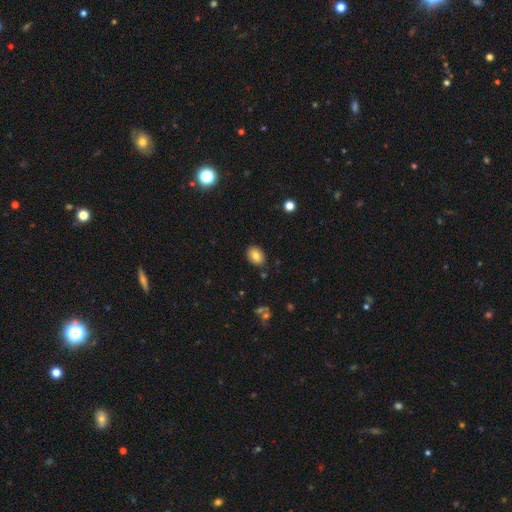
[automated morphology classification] A smooth galaxy with no disk features (82%) that is in between round and cigar-shaped (72%). Merging: none (87%).